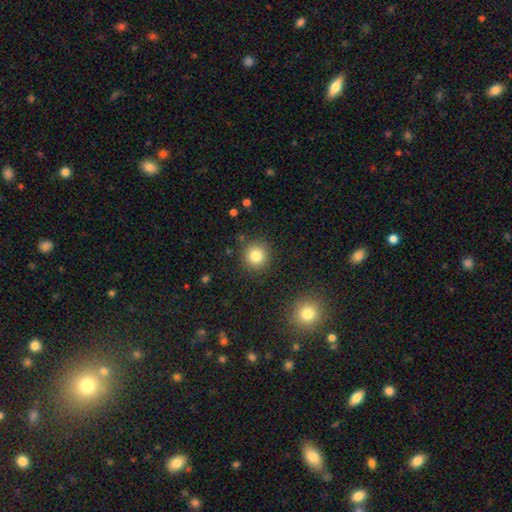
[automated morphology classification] Smooth or featured?
  - smooth: 81% *
  - star or artifact: 12%
  - featured or disk: 7%
How rounded?
  - round: 92% *
  - in between: 7%
  - cigar-shaped: 1%
Merging?
  - none: 88% *
  - minor disturbance: 7%
  - major disturbance: 3%
  - merger: 2%